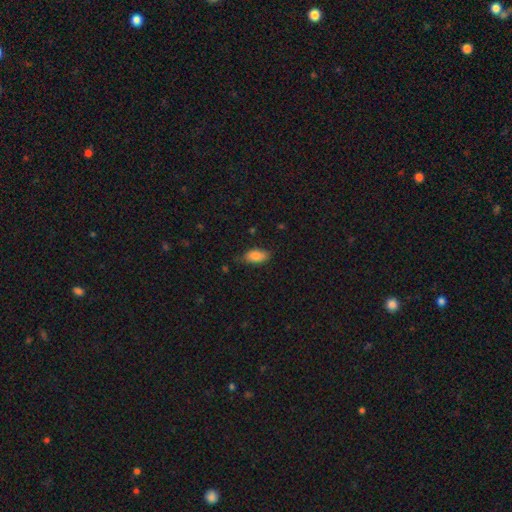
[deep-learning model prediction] Smooth or featured? smooth (85%)
How rounded? in between (89%)
Merging? none (74%)